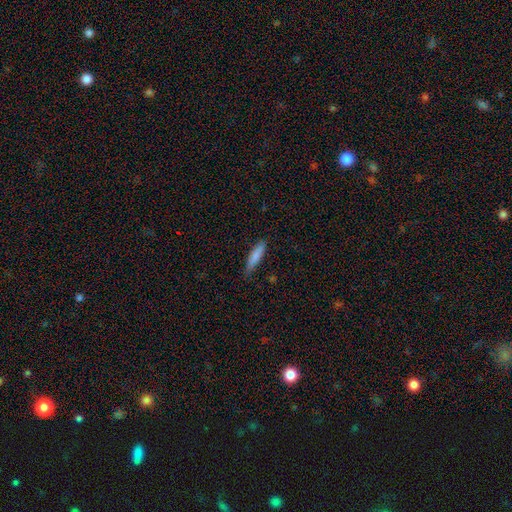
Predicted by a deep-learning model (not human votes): Smooth or featured: smooth — 84% (featured or disk — 10%)
How rounded: cigar-shaped — 68% (in between — 30%)
Merging: none — 75% (minor disturbance — 21%)